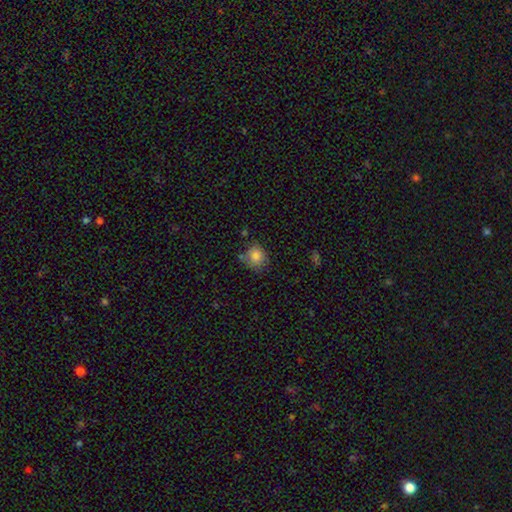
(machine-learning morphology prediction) This is clearly a smooth galaxy (84%). How rounded: clearly round (82%). Merging: likely none (68%).